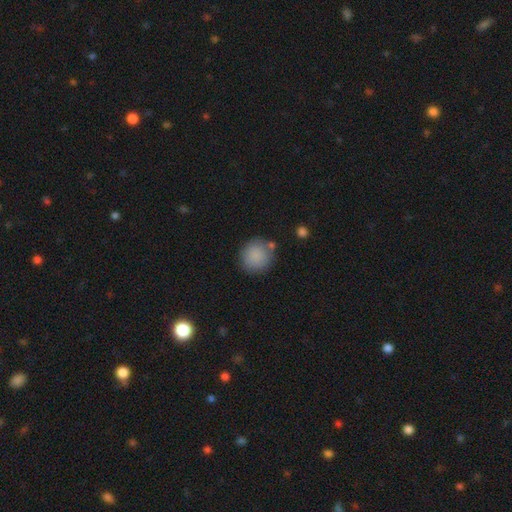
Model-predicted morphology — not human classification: smooth 87%, star or artifact 8%, featured or disk 5%. Down the decision tree: how rounded — round (90%); merging — none (76%).